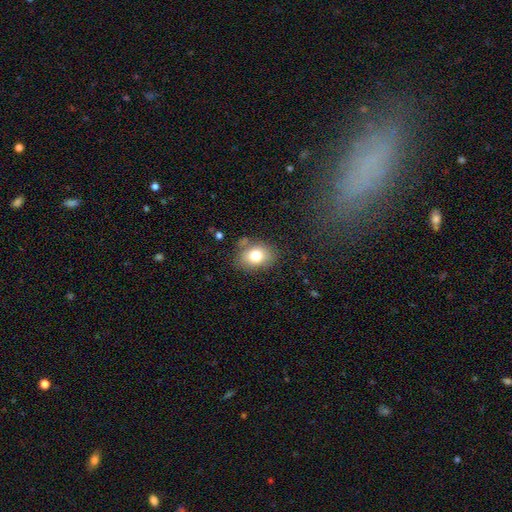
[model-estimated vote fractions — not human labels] Smooth or featured?
  - smooth: 77% *
  - featured or disk: 13%
  - star or artifact: 10%
How rounded?
  - in between: 64% *
  - round: 35%
  - cigar-shaped: 1%
Merging?
  - none: 75% *
  - minor disturbance: 16%
  - major disturbance: 5%
  - merger: 5%